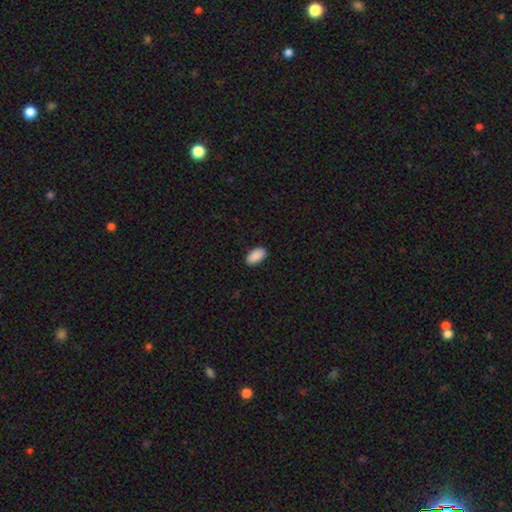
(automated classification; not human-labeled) smooth_or_featured: smooth (p=0.91) [alt: star or artifact p=0.06]
how_rounded: in between (p=0.95) [alt: cigar-shaped p=0.02]
merging: none (p=0.90) [alt: minor disturbance p=0.08]